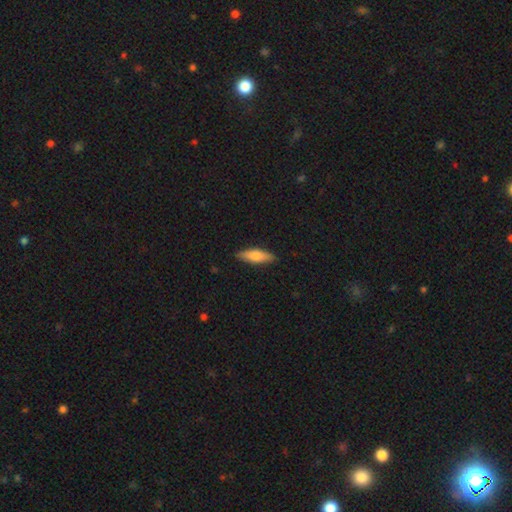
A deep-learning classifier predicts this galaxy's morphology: This is likely a smooth galaxy (73%). How rounded: possibly cigar-shaped (55%). Merging: clearly none (89%).